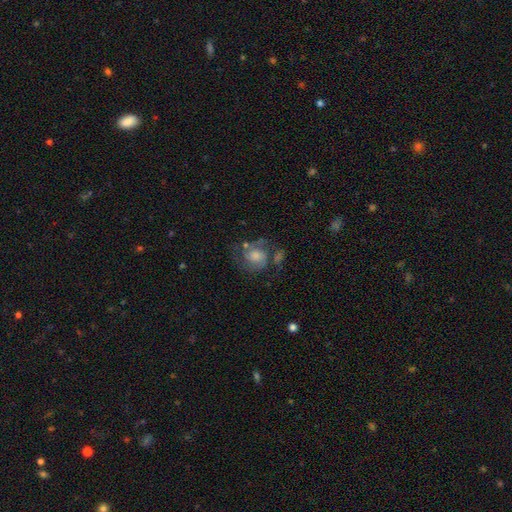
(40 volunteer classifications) This appears to be a featured or disk galaxy (60%) with no bar (75%), 2 (77%) medium (50%) spiral arms (92%) and a moderate central bulge (75%). Merging: none (58%).